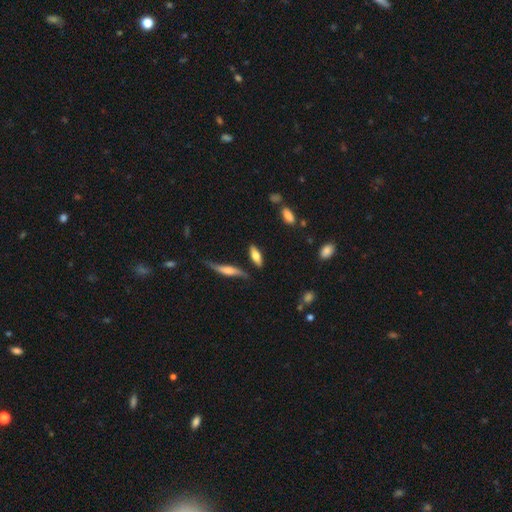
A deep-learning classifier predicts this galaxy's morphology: Overall: smooth (67%). How rounded: in between (65%; cigar-shaped 32%). Merging: none (77%).